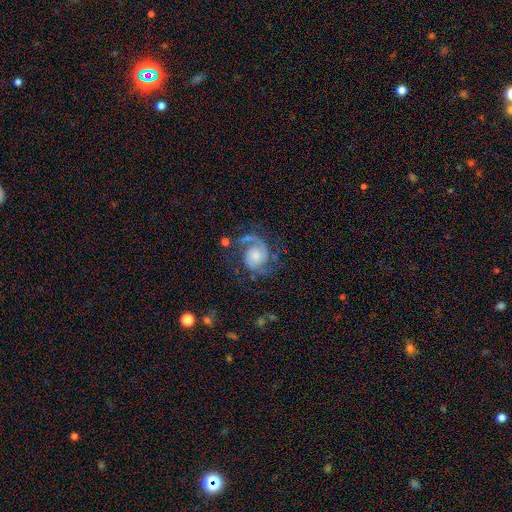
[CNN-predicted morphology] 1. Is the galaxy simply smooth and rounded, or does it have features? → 83% featured or disk, 11% smooth, 6% star or artifact.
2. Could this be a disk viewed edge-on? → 98% no, 2% yes.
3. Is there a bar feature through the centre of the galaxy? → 69% no, 27% weak, 4% strong.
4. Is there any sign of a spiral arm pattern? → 96% yes, 4% no.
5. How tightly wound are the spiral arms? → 48% medium, 26% tight, 25% loose.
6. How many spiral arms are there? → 64% 2, 25% 1, 5% can't tell, 3% 3, 2% 4, 2% more than 4.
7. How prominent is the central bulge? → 38% moderate, 31% small, 18% large, 10% none, 3% dominant.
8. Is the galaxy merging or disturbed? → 59% none, 20% major disturbance, 18% minor disturbance, 4% merger.